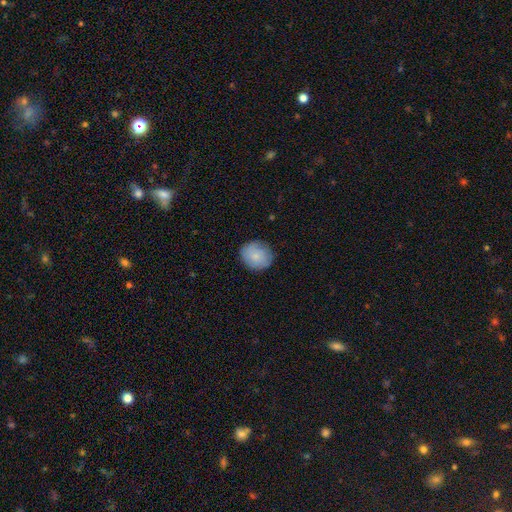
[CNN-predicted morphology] smooth_or_featured: smooth (p=0.78) [alt: featured or disk p=0.15]
how_rounded: round (p=0.76) [alt: in between p=0.23]
merging: none (p=0.81) [alt: minor disturbance p=0.14]